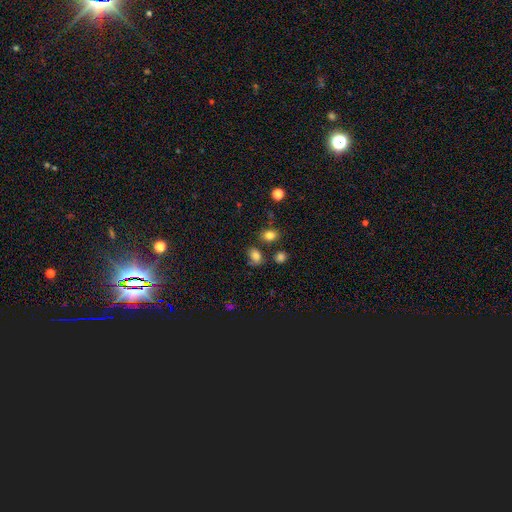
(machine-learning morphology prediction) A smooth galaxy with no disk features (80%) that is in between round and cigar-shaped (73%).

Vote fractions:
- Smooth or featured? smooth: 80% / star or artifact: 12% / featured or disk: 8%
- How rounded? in between: 73% / round: 26% / cigar-shaped: 1%
- Merging? none: 65% / minor disturbance: 19% / merger: 9% / major disturbance: 6%